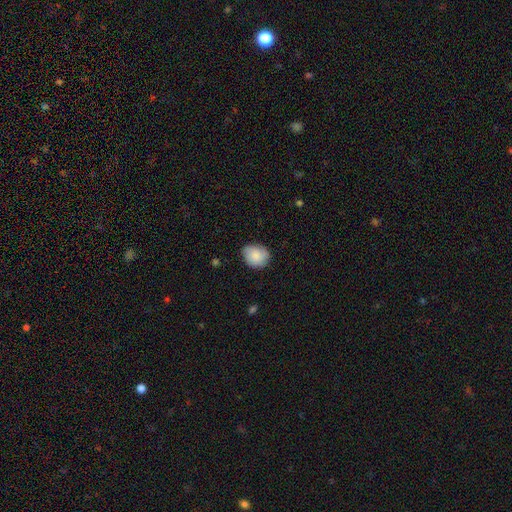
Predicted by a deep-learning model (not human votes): Smooth or featured? Predicted: smooth (p=0.83). How rounded? Predicted: round (p=0.53). Merging? Predicted: none (p=0.74).